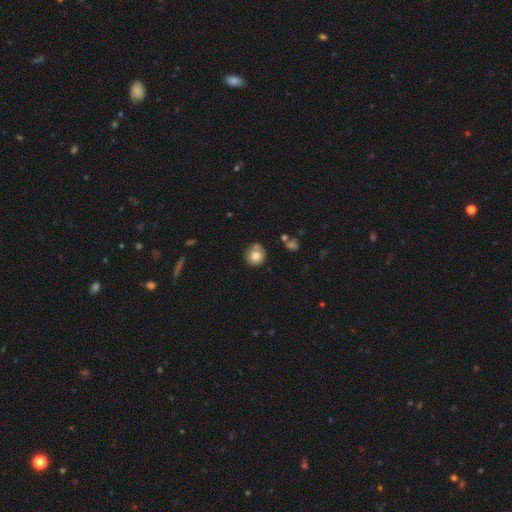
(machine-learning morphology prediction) A smooth galaxy with no disk features (81%) that is round (91%).

Vote fractions:
- Smooth or featured? smooth: 81% / featured or disk: 10% / star or artifact: 10%
- How rounded? round: 91% / in between: 8% / cigar-shaped: 1%
- Merging? none: 69% / minor disturbance: 17% / merger: 9% / major disturbance: 4%